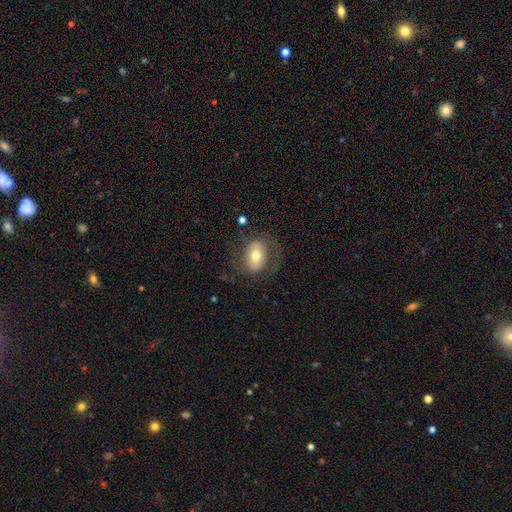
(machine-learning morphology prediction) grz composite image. It shows a smooth galaxy with no disk features (54%) that is in between round and cigar-shaped (77%). Merging: none (65%).